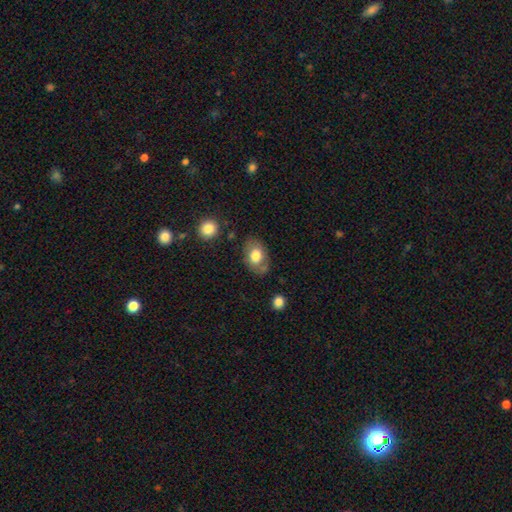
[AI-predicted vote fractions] A smooth galaxy with no disk features (73%) that is in between round and cigar-shaped (81%).

Vote fractions:
- Smooth or featured? smooth: 73% / featured or disk: 20% / star or artifact: 7%
- How rounded? in between: 81% / round: 18% / cigar-shaped: 1%
- Merging? none: 68% / minor disturbance: 19% / merger: 7% / major disturbance: 6%